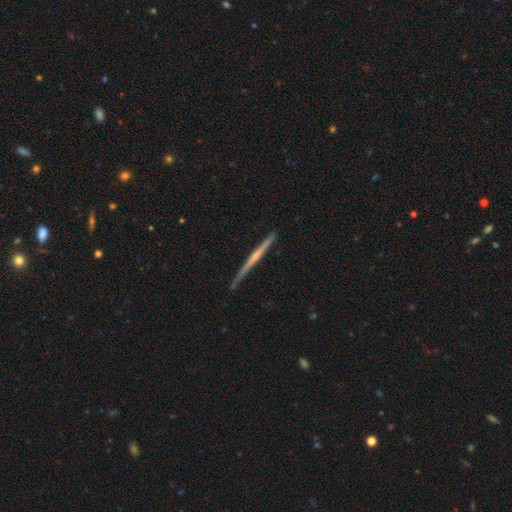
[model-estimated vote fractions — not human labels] A featured or disk galaxy (71%) viewed edge-on (98%) with no central bulge (54%). Merging: none (87%).